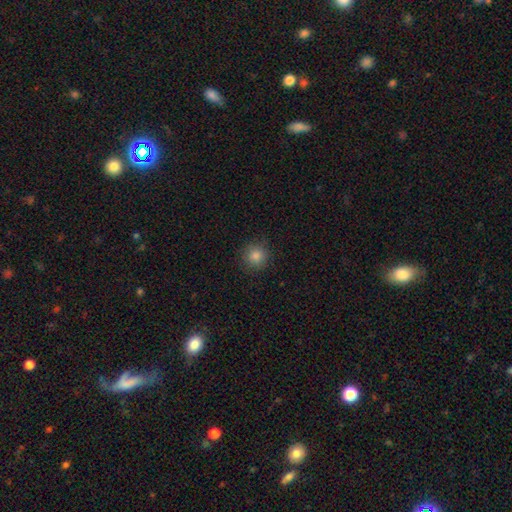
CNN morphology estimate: Smooth or featured? smooth (83%)
How rounded? round (94%)
Merging? none (90%)